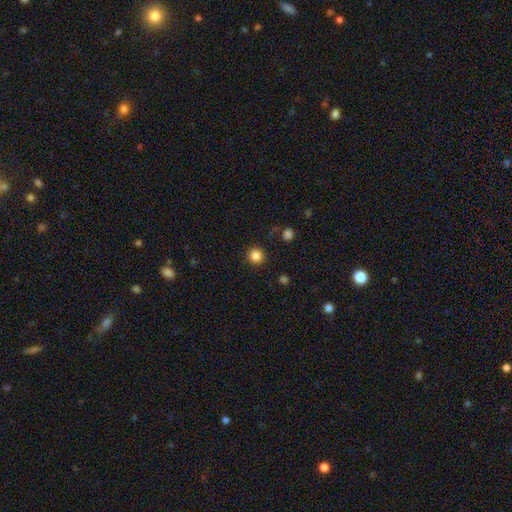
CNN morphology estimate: smooth_or_featured: smooth (p=0.85) [alt: star or artifact p=0.12]
how_rounded: round (p=0.93) [alt: in between p=0.06]
merging: none (p=0.90) [alt: minor disturbance p=0.06]